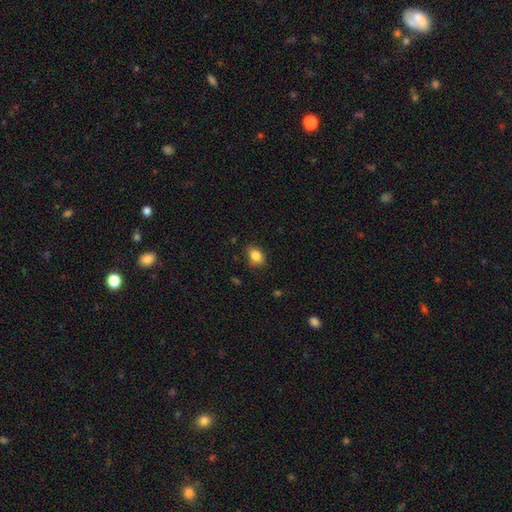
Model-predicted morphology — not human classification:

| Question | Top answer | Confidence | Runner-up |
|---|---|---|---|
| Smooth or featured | smooth | 84% | star or artifact (9%) |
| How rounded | in between | 67% | round (32%) |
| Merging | none | 77% | minor disturbance (18%) |